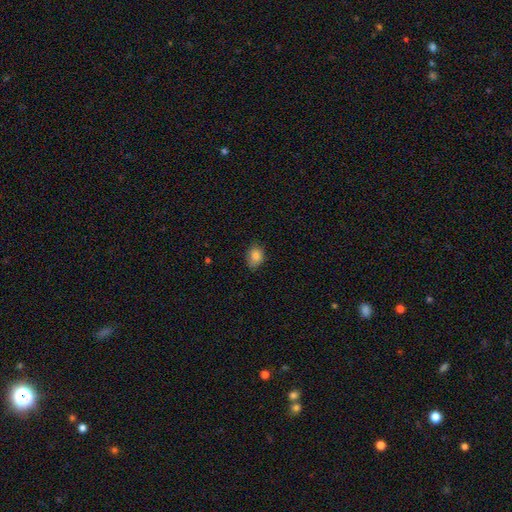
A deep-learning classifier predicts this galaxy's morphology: Smooth or featured?
  - smooth: 85% *
  - star or artifact: 9%
  - featured or disk: 6%
How rounded?
  - in between: 69% *
  - round: 30%
  - cigar-shaped: 1%
Merging?
  - none: 73% *
  - minor disturbance: 22%
  - major disturbance: 4%
  - merger: 1%